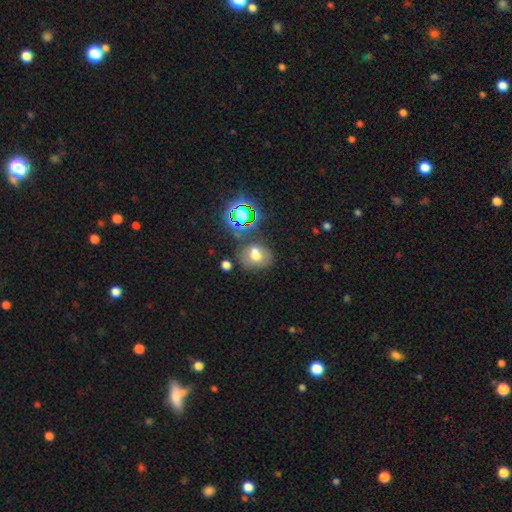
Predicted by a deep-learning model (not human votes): The model was most divided on "how rounded": in between: 53%, round: 45%, cigar-shaped: 1%. More confident: smooth or featured — smooth (56%); merging — none (55%).